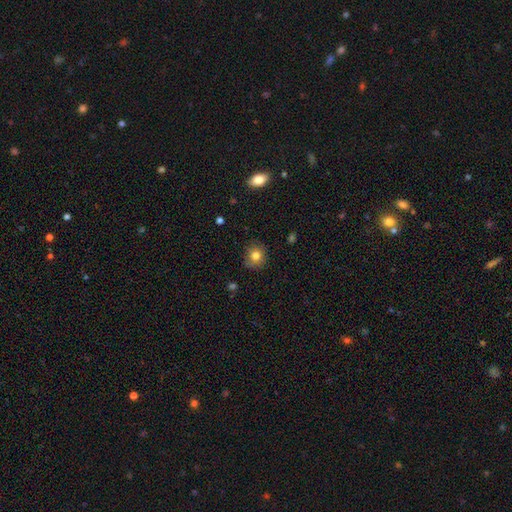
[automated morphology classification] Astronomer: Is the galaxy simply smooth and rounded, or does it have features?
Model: smooth — 80%.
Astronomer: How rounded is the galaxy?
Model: round — 85%.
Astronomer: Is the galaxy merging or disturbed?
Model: none — 84%.